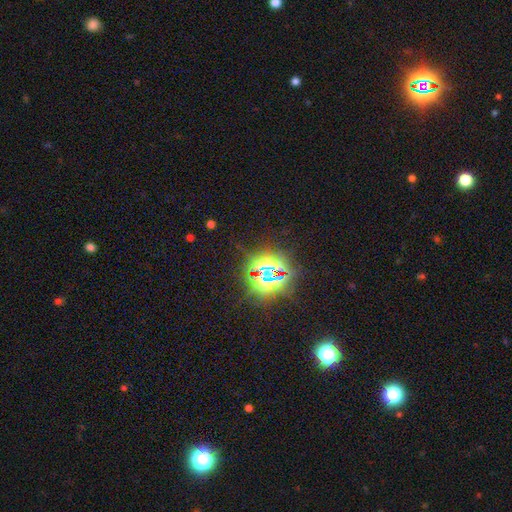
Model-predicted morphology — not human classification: type=star or artifact (83%).